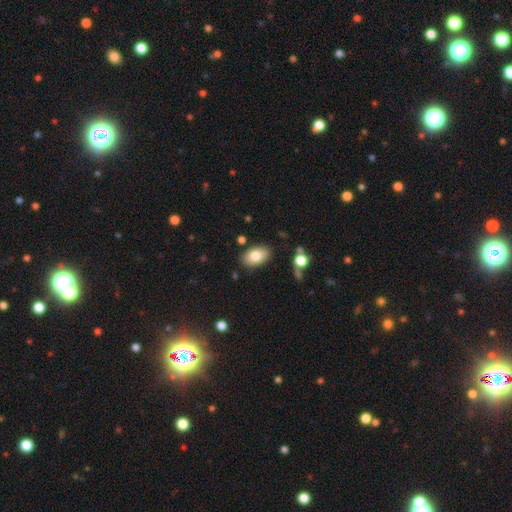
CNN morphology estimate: A smooth galaxy with no disk features (80%) that is in between round and cigar-shaped (92%).

Vote fractions:
- Smooth or featured? smooth: 80% / featured or disk: 13% / star or artifact: 7%
- How rounded? in between: 92% / round: 7% / cigar-shaped: 1%
- Merging? none: 85% / minor disturbance: 10% / major disturbance: 2% / merger: 2%